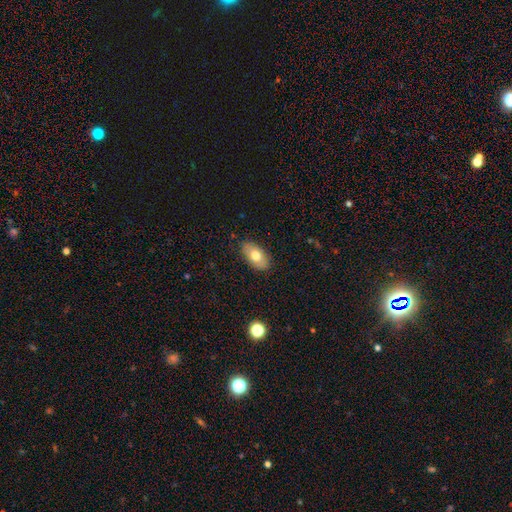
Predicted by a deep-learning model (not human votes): Morphology: type=smooth (71%); roundness=in between (92%); merging=none (84%).